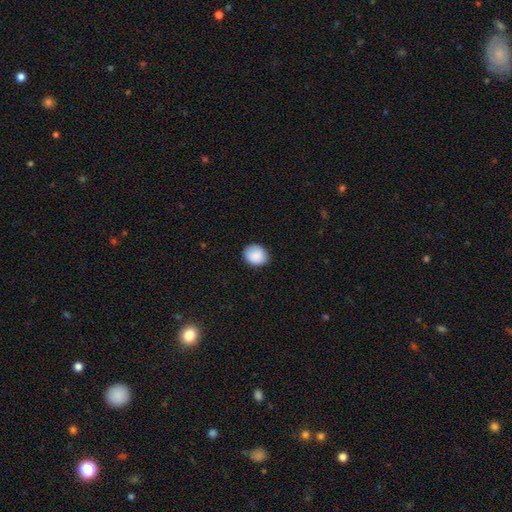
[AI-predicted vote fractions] smooth-or-featured: smooth: 89% | star or artifact: 7% | featured or disk: 4%
  how-rounded: round: 63% | in between: 36% | cigar-shaped: 1%
  merging: none: 85% | minor disturbance: 12% | major disturbance: 2% | merger: 1%